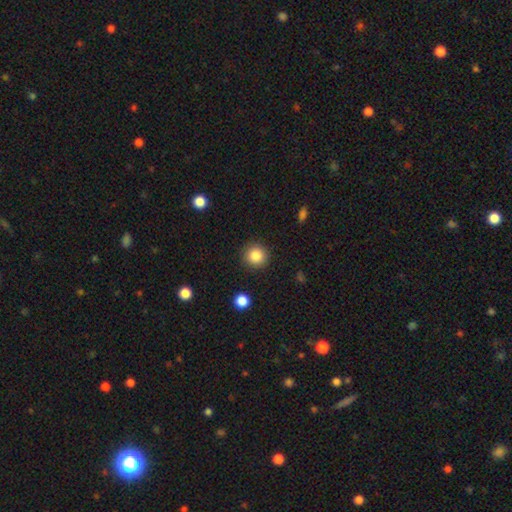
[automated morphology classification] Smooth or featured: smooth — 86% (star or artifact — 10%)
How rounded: round — 94% (in between — 5%)
Merging: none — 90% (minor disturbance — 6%)